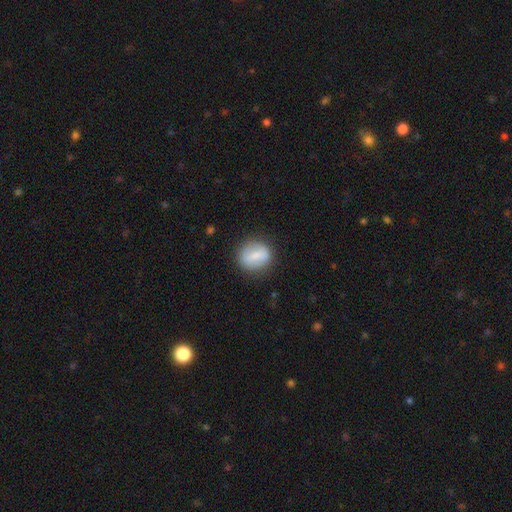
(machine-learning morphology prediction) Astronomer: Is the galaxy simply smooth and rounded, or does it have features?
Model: smooth — 68%.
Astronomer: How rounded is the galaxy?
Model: round — 67%.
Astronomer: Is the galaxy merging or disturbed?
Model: none — 78%.